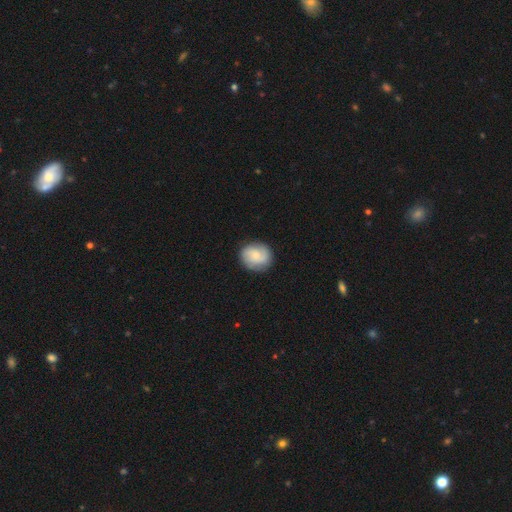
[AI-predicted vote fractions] Smooth or featured? Predicted: smooth (p=0.53). How rounded? Predicted: round (p=0.77). Merging? Predicted: none (p=0.85).